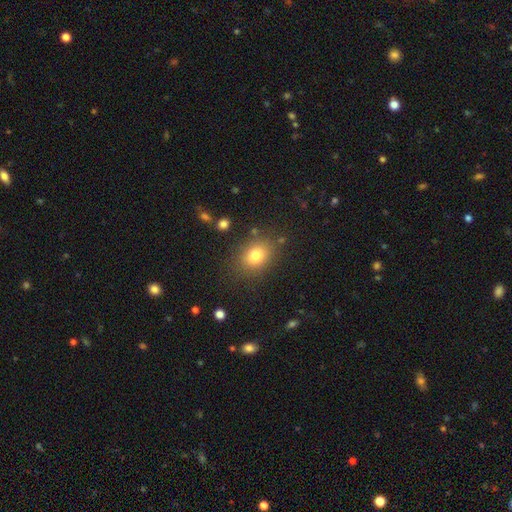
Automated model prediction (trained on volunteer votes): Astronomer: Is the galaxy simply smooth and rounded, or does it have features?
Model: smooth — 79%.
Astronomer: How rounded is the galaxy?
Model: in between — 56% (runner-up: round, 43%).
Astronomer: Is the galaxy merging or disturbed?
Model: none — 81%.